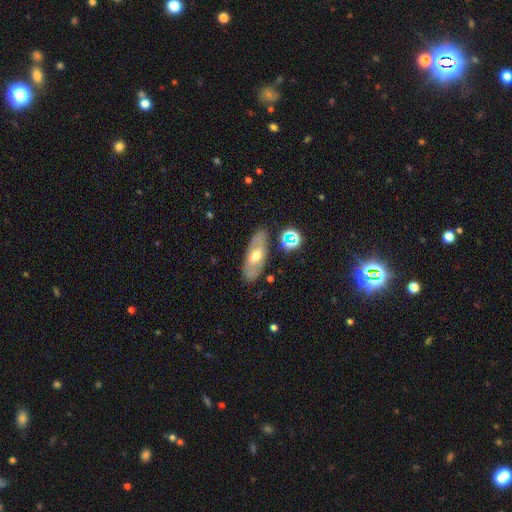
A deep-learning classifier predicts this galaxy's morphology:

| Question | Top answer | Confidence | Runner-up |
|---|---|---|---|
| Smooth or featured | featured or disk | 59% | smooth (34%) |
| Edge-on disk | no | 79% | yes (21%) |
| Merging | none | 82% | minor disturbance (12%) |